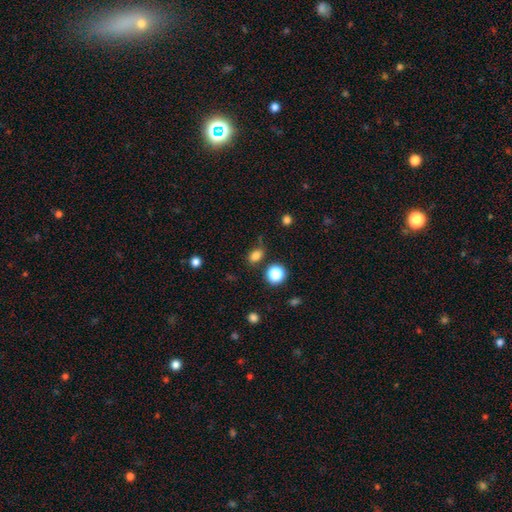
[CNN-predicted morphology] Smooth or featured?
  - smooth: 81% *
  - star or artifact: 15%
  - featured or disk: 5%
How rounded?
  - in between: 65% *
  - round: 33%
  - cigar-shaped: 2%
Merging?
  - none: 74% *
  - minor disturbance: 16%
  - merger: 6%
  - major disturbance: 5%